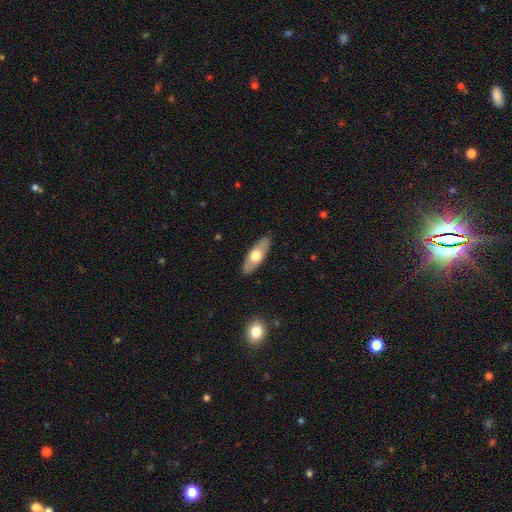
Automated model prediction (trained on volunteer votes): Overall: smooth (56%; featured or disk 39%). How rounded: in between (72%). Merging: none (88%).